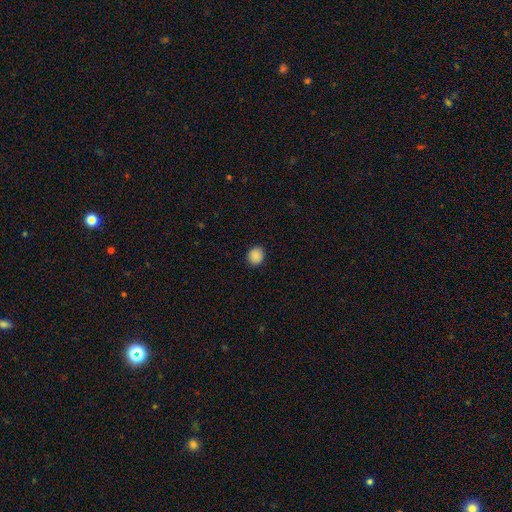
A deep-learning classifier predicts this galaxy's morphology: smooth-or-featured: smooth: 89% | star or artifact: 9% | featured or disk: 2%
  how-rounded: round: 78% | in between: 21% | cigar-shaped: 1%
  merging: none: 90% | minor disturbance: 7% | major disturbance: 2% | merger: 1%